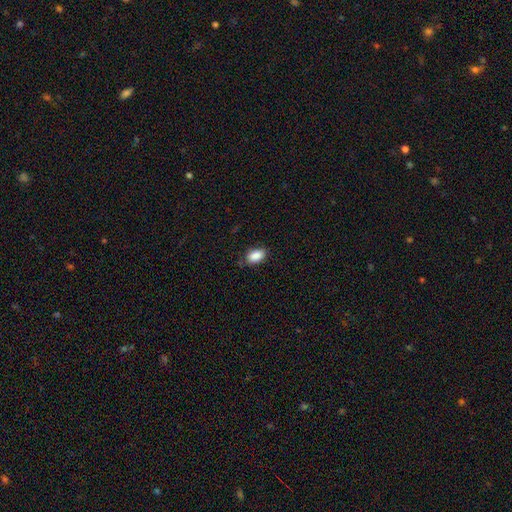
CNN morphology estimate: smooth-or-featured: smooth: 89% | star or artifact: 8% | featured or disk: 4%
  how-rounded: in between: 91% | round: 7% | cigar-shaped: 2%
  merging: none: 81% | minor disturbance: 15% | major disturbance: 3% | merger: 1%